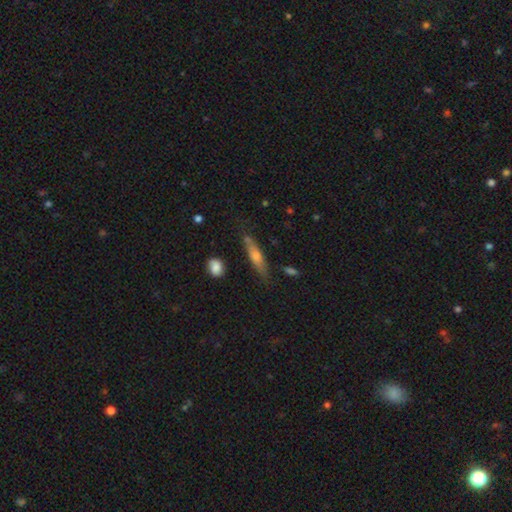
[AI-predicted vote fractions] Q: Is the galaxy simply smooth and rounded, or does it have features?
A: smooth — 52%.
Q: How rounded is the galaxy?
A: cigar-shaped — 79%.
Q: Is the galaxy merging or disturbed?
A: none — 73%.